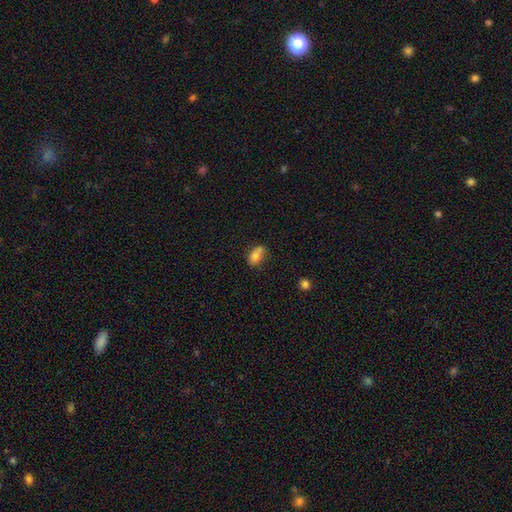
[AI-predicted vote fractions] This is likely a smooth galaxy (76%). How rounded: likely in between (73%). Merging: marginally none (41%).